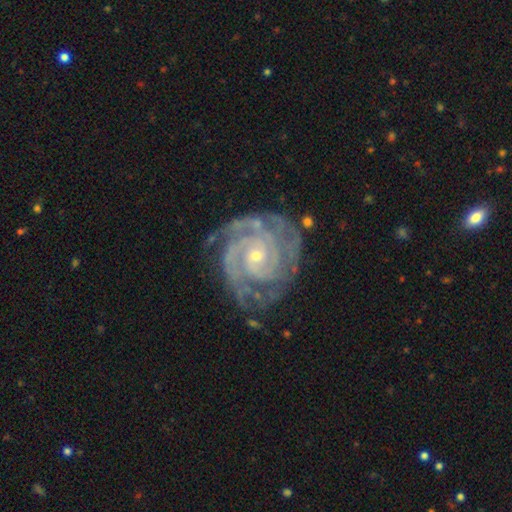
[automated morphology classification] This appears to be a featured or disk galaxy (92%) with no bar (69%), 3 (28%) tight (78%) spiral arms (98%) and a small central bulge (71%). Merging: none (72%).